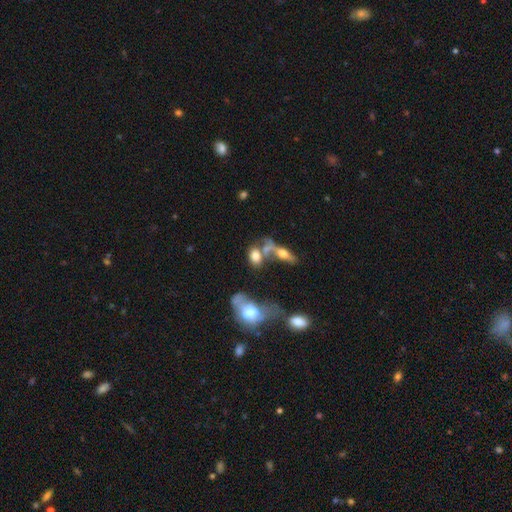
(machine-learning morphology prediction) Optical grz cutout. It shows a smooth galaxy with no disk features (65%) that is in between round and cigar-shaped (74%). Merging: merger (44%).